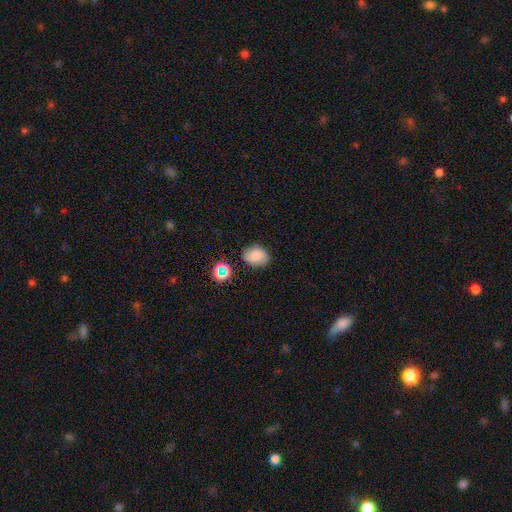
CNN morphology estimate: A smooth galaxy with no disk features (77%) that is in between round and cigar-shaped (56%). Merging: none (77%).